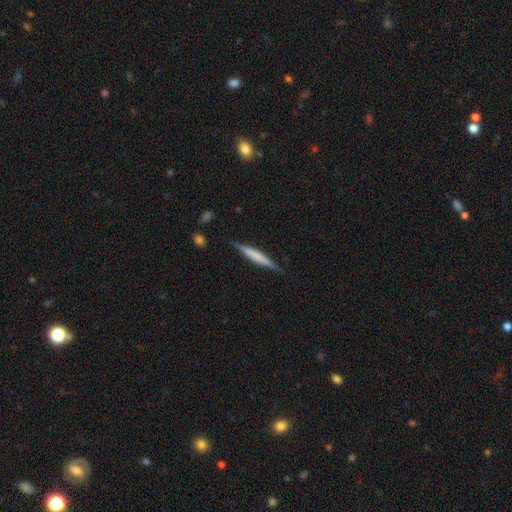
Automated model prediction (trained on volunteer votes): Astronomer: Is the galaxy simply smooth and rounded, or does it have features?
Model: smooth — 49% (runner-up: featured or disk, 45%).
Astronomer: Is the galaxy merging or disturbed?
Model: none — 86%.